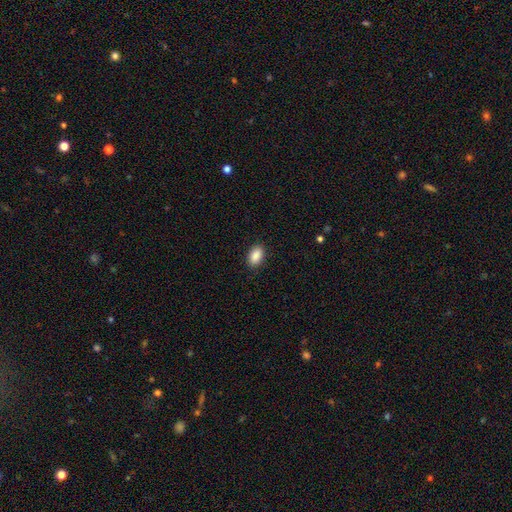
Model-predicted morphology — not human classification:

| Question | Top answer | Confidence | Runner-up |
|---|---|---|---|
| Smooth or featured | smooth | 90% | star or artifact (7%) |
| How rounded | in between | 91% | round (7%) |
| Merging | none | 88% | minor disturbance (9%) |